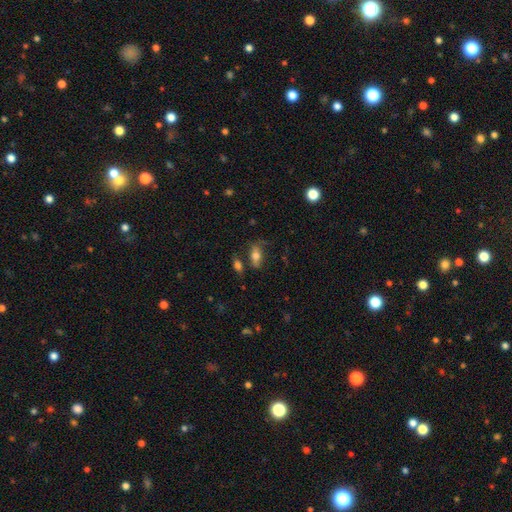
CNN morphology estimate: The model was most divided on "merging": none: 62%, minor disturbance: 20%, merger: 10%, major disturbance: 8%. More confident: how rounded — in between (81%); smooth or featured — smooth (69%).